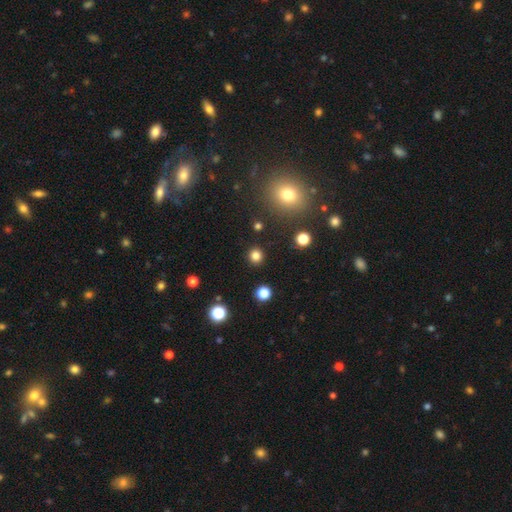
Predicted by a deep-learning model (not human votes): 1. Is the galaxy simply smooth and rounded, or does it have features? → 81% smooth, 15% star or artifact, 4% featured or disk.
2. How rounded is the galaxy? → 91% round, 8% in between, 1% cigar-shaped.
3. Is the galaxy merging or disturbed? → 91% none, 5% minor disturbance, 2% major disturbance, 2% merger.